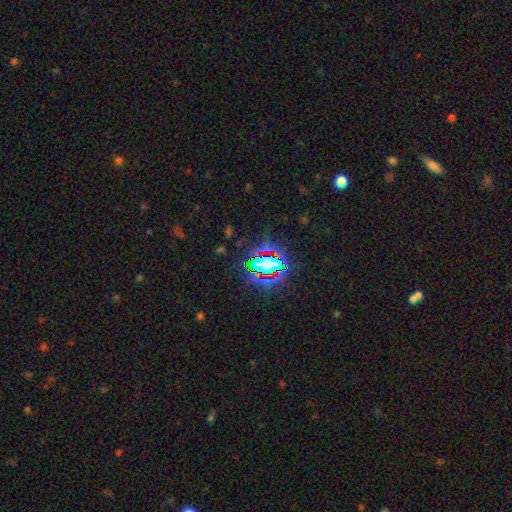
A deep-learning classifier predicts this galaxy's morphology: A star or artifact, not a galaxy (80%).

Vote fractions:
- Smooth or featured? star or artifact: 80% / smooth: 12% / featured or disk: 8%